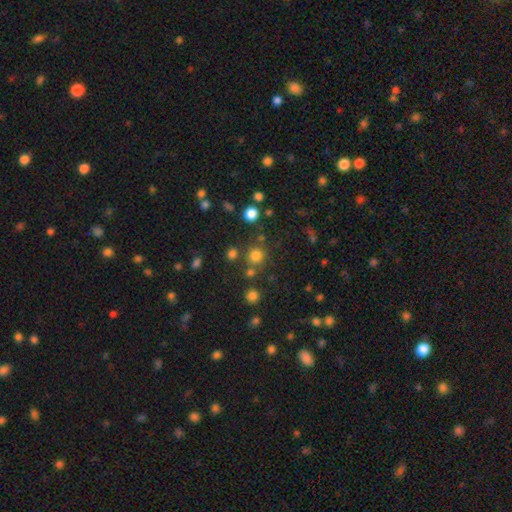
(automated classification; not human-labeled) Q: Smooth or featured?
A: smooth (76%); runner-up: star or artifact (18%)
Q: How rounded?
A: round (91%); runner-up: in between (8%)
Q: Merging?
A: none (77%); runner-up: merger (11%)